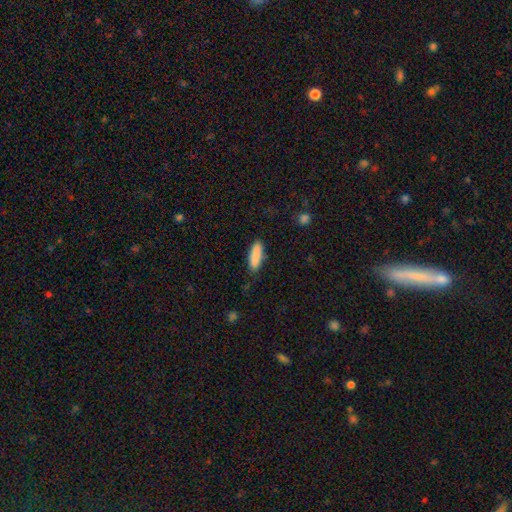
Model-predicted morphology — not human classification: Q: Smooth or featured?
A: smooth (88%); runner-up: star or artifact (6%)
Q: How rounded?
A: in between (51%); runner-up: cigar-shaped (47%)
Q: Merging?
A: none (84%); runner-up: minor disturbance (12%)